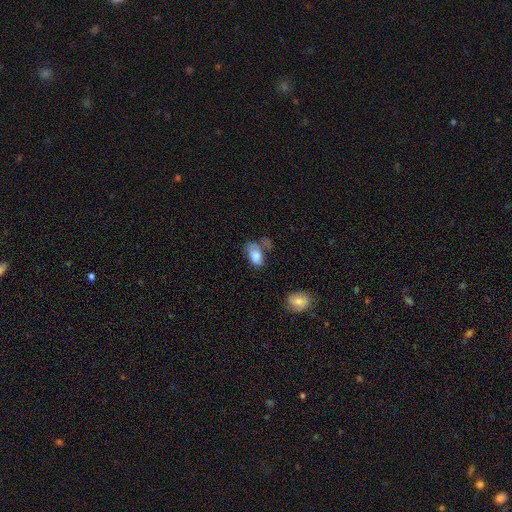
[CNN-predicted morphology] Smooth or featured?
  - smooth: 79% *
  - featured or disk: 13%
  - star or artifact: 8%
How rounded?
  - in between: 91% *
  - round: 7%
  - cigar-shaped: 2%
Merging?
  - none: 33% *
  - minor disturbance: 30%
  - major disturbance: 23%
  - merger: 14%